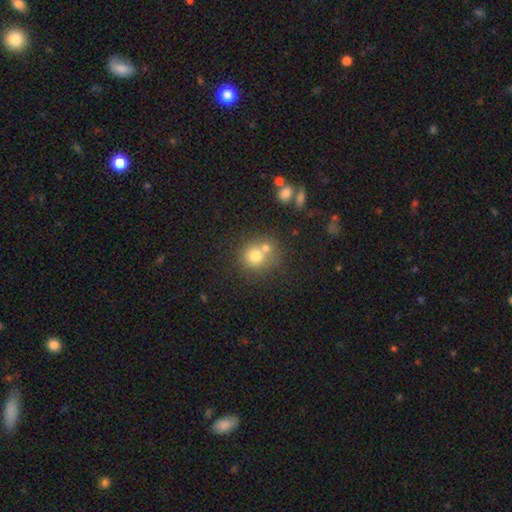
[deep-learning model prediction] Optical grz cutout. It shows a smooth galaxy with no disk features (73%) that is round (85%). Merging: none (46%).